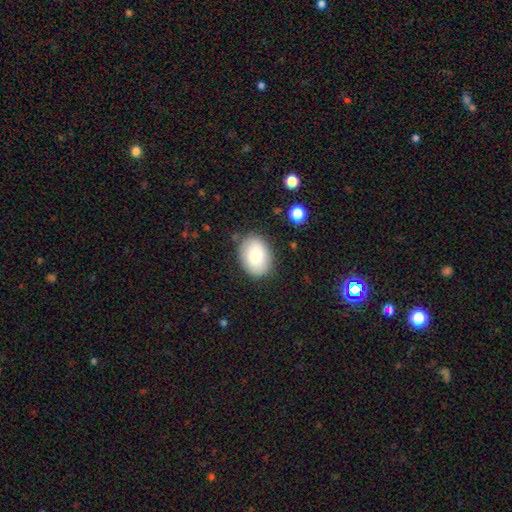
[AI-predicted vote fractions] A smooth galaxy with no disk features (82%) that is in between round and cigar-shaped (80%).

Vote fractions:
- Smooth or featured? smooth: 82% / featured or disk: 11% / star or artifact: 7%
- How rounded? in between: 80% / round: 19% / cigar-shaped: 1%
- Merging? none: 84% / minor disturbance: 12% / major disturbance: 3% / merger: 2%